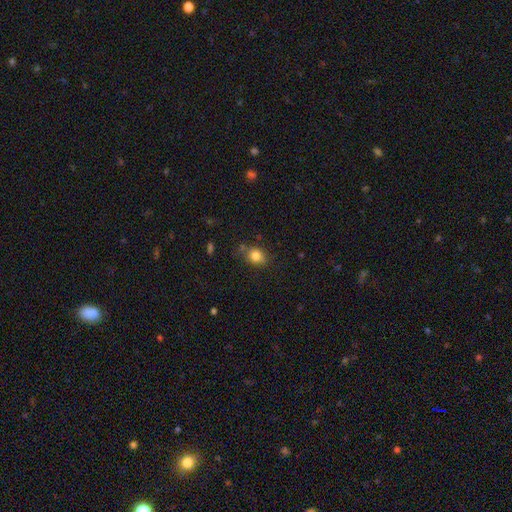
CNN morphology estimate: smooth 80%, star or artifact 11%, featured or disk 9%. Down the decision tree: how rounded — round (50%); merging — none (69%).